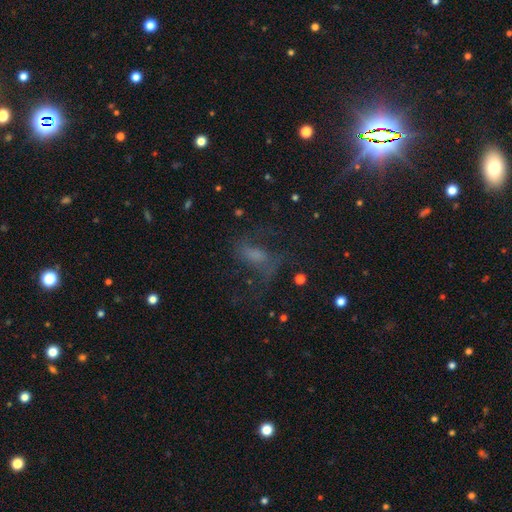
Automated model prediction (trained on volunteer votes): smooth_or_featured: featured or disk (p=0.47) [alt: smooth p=0.30]
merging: none (p=0.48) [alt: major disturbance p=0.31]